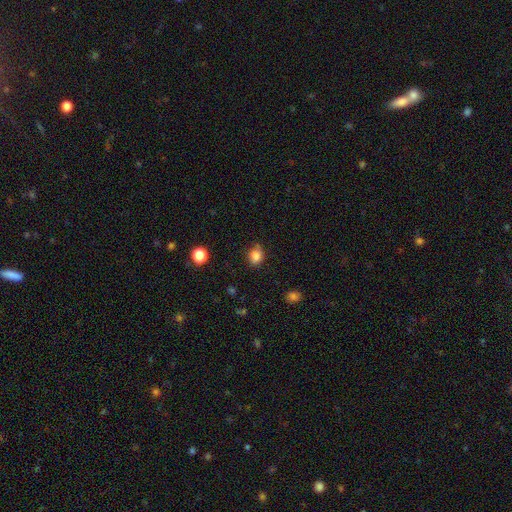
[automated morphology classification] The model was most divided on "how rounded": round: 60%, in between: 39%, cigar-shaped: 1%. More confident: smooth or featured — smooth (83%); merging — none (70%).